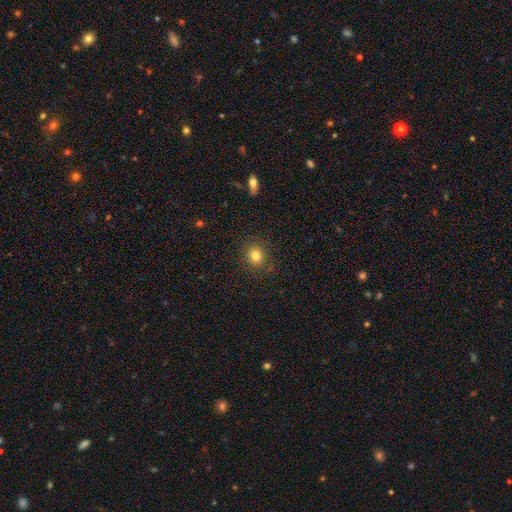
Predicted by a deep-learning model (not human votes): Smooth or featured?
  - smooth: 81% *
  - star or artifact: 12%
  - featured or disk: 8%
How rounded?
  - round: 75% *
  - in between: 24%
  - cigar-shaped: 1%
Merging?
  - none: 88% *
  - minor disturbance: 8%
  - major disturbance: 3%
  - merger: 1%